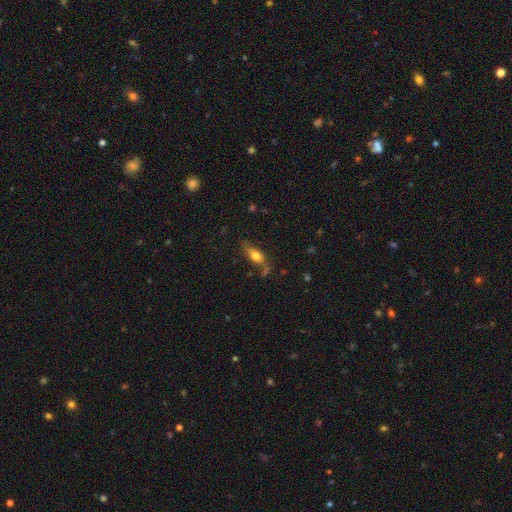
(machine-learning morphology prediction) Smooth or featured? smooth (72%)
How rounded? in between (76%)
Merging? none (61%)